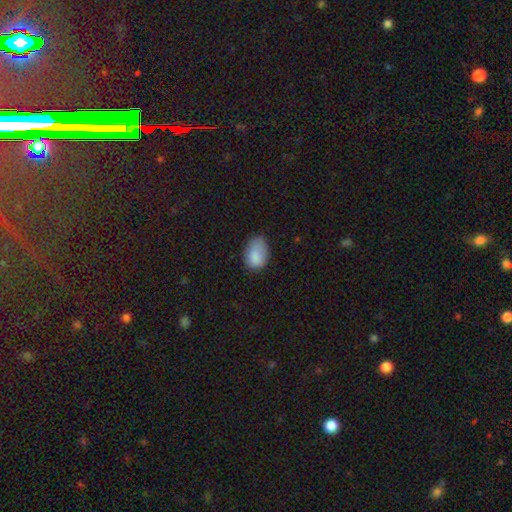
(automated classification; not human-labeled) Overall: smooth (86%). How rounded: in between (81%). Merging: none (55%; minor disturbance 34%).